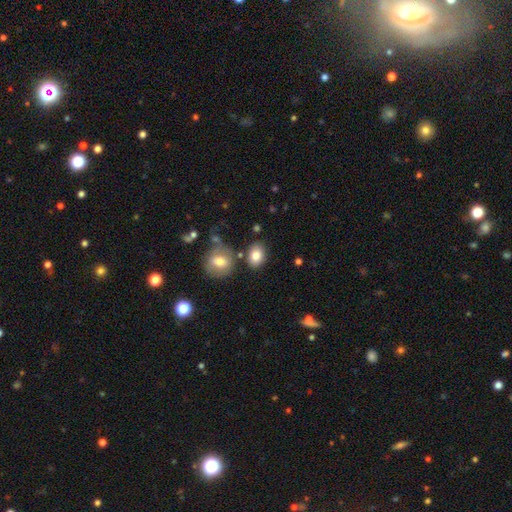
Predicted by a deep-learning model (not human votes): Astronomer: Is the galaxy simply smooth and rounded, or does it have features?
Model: smooth — 82%.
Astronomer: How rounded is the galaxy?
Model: in between — 71%.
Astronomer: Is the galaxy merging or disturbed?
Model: none — 75%.